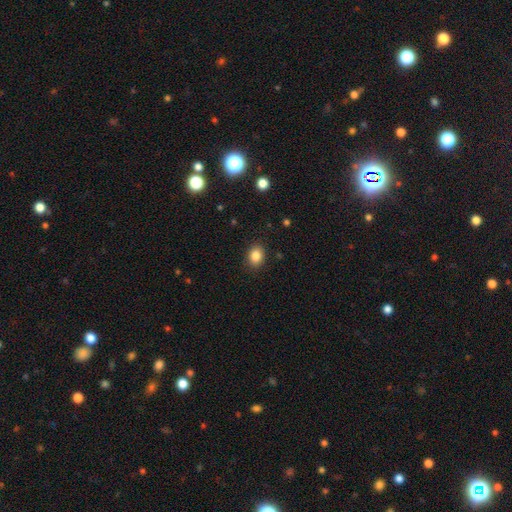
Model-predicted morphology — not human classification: type=smooth (85%); roundness=in between (59%); merging=none (87%).